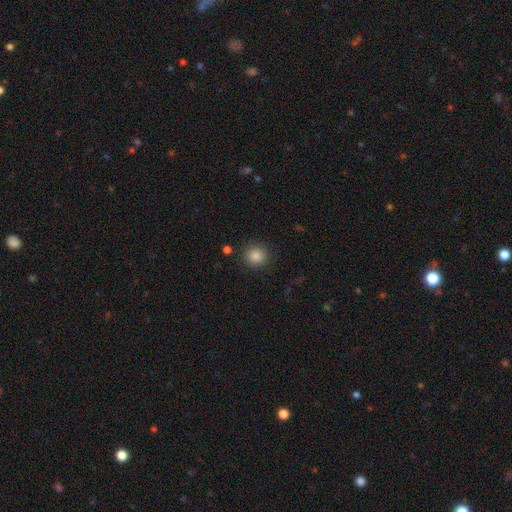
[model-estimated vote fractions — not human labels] Smooth or featured: smooth — 85% (star or artifact — 11%)
How rounded: round — 91% (in between — 9%)
Merging: none — 89% (minor disturbance — 7%)